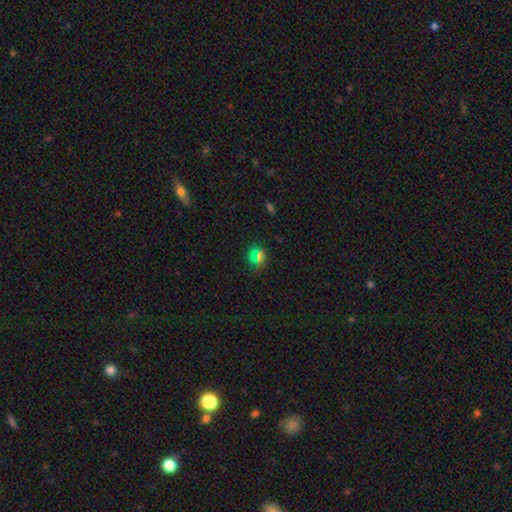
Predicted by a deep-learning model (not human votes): Smooth or featured?
  - smooth: 60% *
  - star or artifact: 31%
  - featured or disk: 9%
How rounded?
  - round: 67% *
  - in between: 29%
  - cigar-shaped: 4%
Merging?
  - none: 80% *
  - minor disturbance: 12%
  - major disturbance: 5%
  - merger: 3%